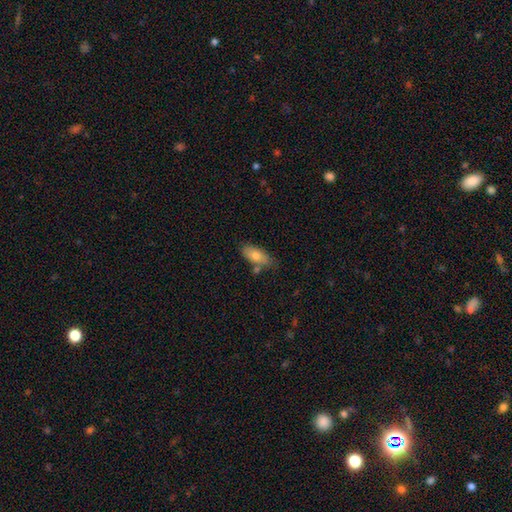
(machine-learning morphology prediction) Smooth or featured? smooth (72%)
How rounded? in between (84%)
Merging? none (70%)